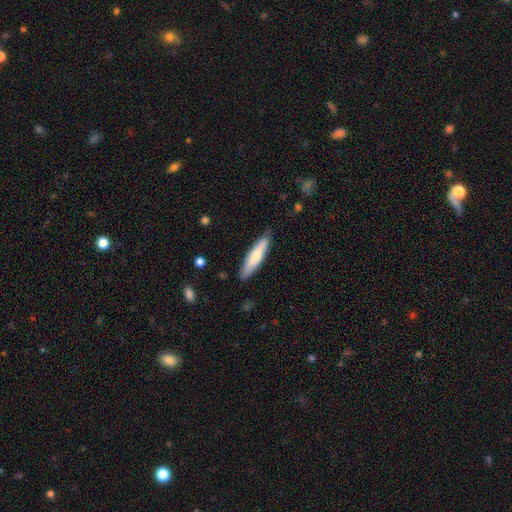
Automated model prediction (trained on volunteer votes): Overall: smooth (65%; featured or disk 29%). How rounded: cigar-shaped (80%). Merging: none (86%).